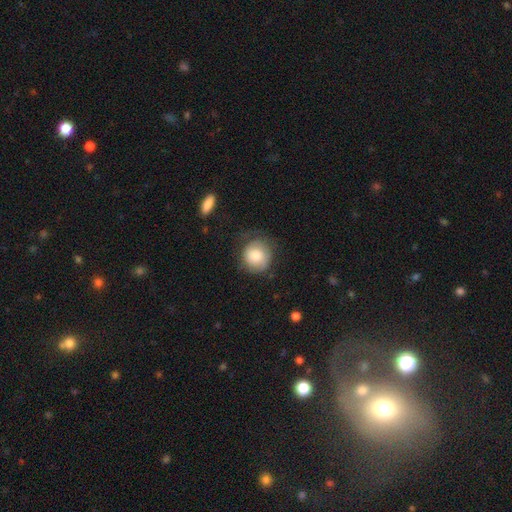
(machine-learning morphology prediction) A smooth galaxy with no disk features (74%) that is round (86%). Merging: none (60%).